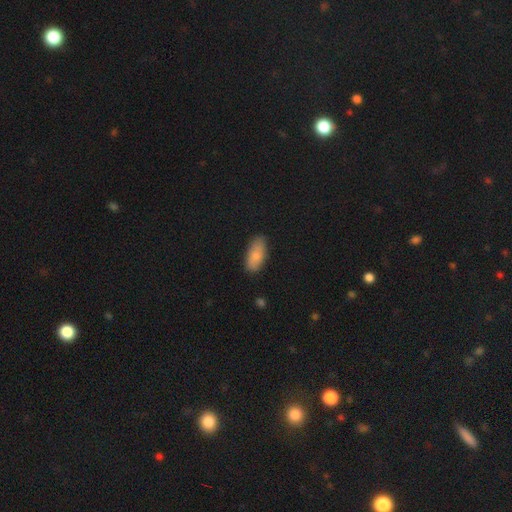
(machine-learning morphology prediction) A smooth galaxy with no disk features (83%) that is in between round and cigar-shaped (88%).

Vote fractions:
- Smooth or featured? smooth: 83% / featured or disk: 11% / star or artifact: 6%
- How rounded? in between: 88% / cigar-shaped: 10% / round: 2%
- Merging? none: 81% / minor disturbance: 15% / major disturbance: 3% / merger: 1%